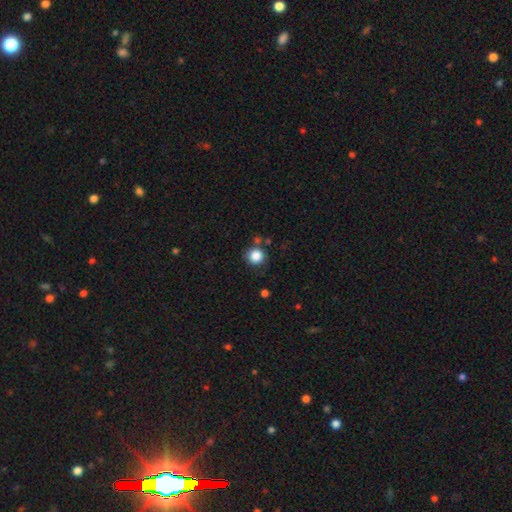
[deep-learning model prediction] This appears to be a smooth galaxy with no disk features (85%) that is round (94%). Merging: none (80%).